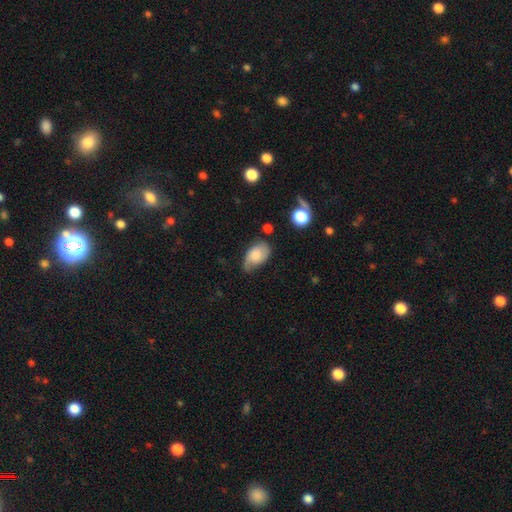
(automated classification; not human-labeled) Morphology: type=smooth (71%); roundness=in between (91%); merging=none (47%).